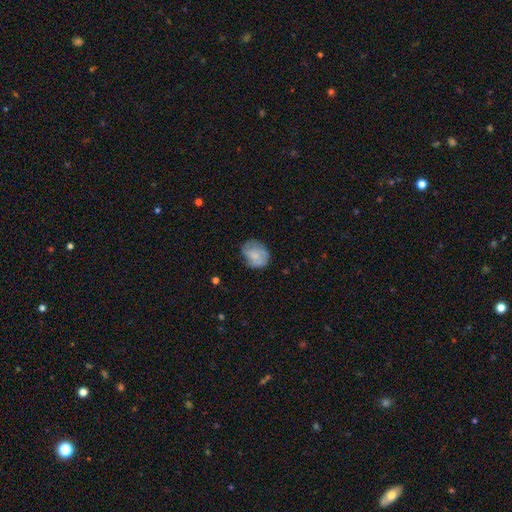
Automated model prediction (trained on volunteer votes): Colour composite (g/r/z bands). It shows a smooth galaxy with no disk features (50%) that is round (58%). Merging: none (65%).